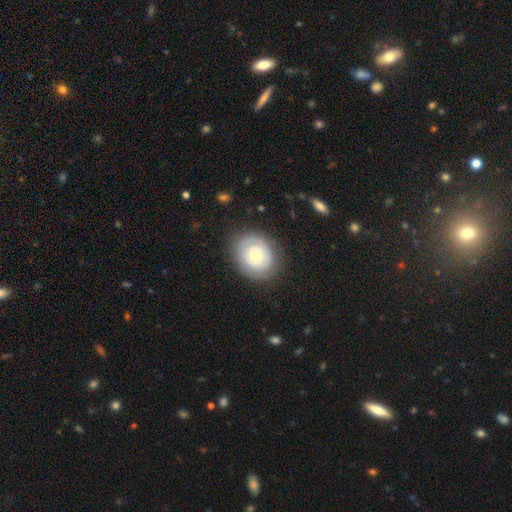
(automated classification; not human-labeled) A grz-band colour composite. It shows a smooth galaxy with no disk features (53%) that is round (63%). Merging: none (82%).